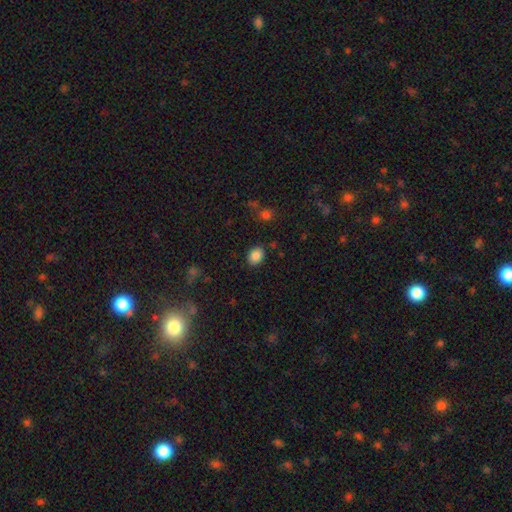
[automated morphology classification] Smooth or featured: smooth — 86% (star or artifact — 9%)
How rounded: in between — 57% (round — 42%)
Merging: none — 85% (minor disturbance — 10%)